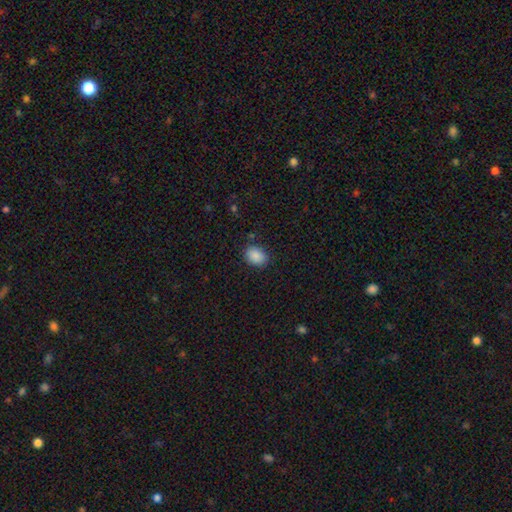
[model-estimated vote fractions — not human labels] Q: Smooth or featured?
A: smooth (88%); runner-up: star or artifact (8%)
Q: How rounded?
A: in between (72%); runner-up: round (27%)
Q: Merging?
A: none (85%); runner-up: minor disturbance (11%)